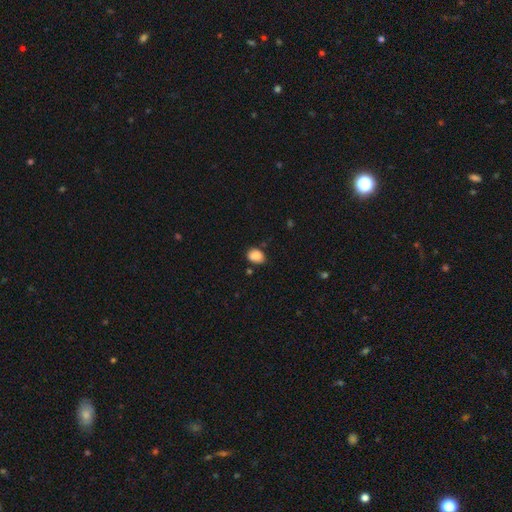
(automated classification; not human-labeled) smooth 87%, star or artifact 9%, featured or disk 4%. Down the decision tree: how rounded — in between (62%); merging — none (71%).